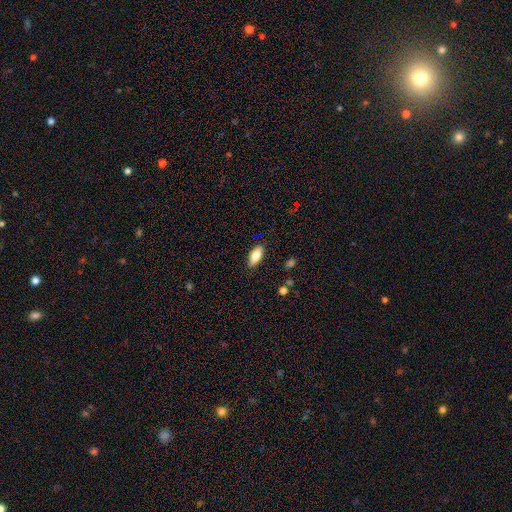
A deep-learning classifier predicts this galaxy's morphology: smooth_or_featured: smooth (p=0.79) [alt: featured or disk p=0.14]
how_rounded: in between (p=0.86) [alt: cigar-shaped p=0.12]
merging: none (p=0.87) [alt: minor disturbance p=0.10]